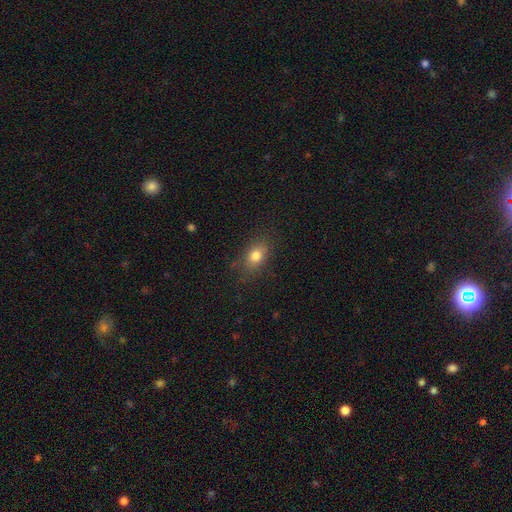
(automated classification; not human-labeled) Smooth or featured? Predicted: smooth (p=0.79). How rounded? Predicted: in between (p=0.72). Merging? Predicted: none (p=0.79).